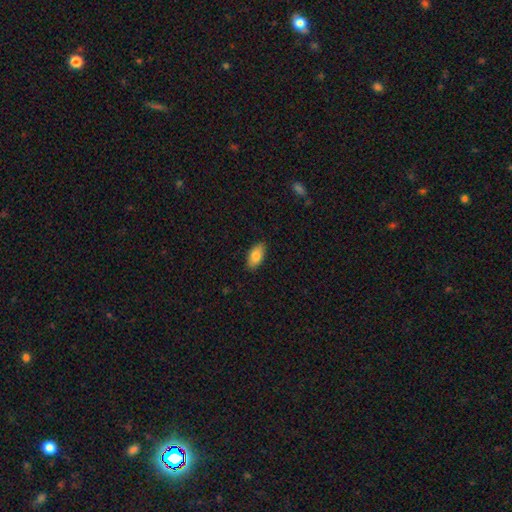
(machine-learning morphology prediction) A smooth galaxy with no disk features (83%) that is in between round and cigar-shaped (92%).

Vote fractions:
- Smooth or featured? smooth: 83% / featured or disk: 10% / star or artifact: 7%
- How rounded? in between: 92% / cigar-shaped: 5% / round: 3%
- Merging? none: 88% / minor disturbance: 10% / major disturbance: 2% / merger: 1%